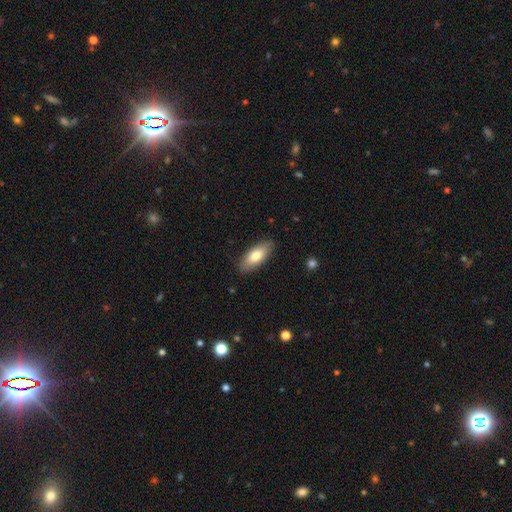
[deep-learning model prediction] This appears to be a smooth galaxy with no disk features (75%) that is in between round and cigar-shaped (77%). Merging: none (86%).